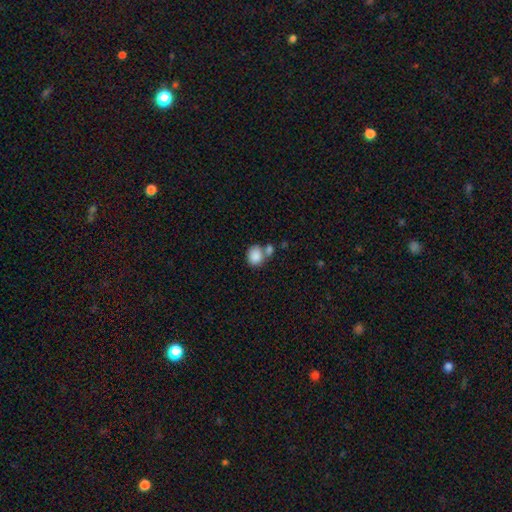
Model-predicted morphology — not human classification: A smooth galaxy with no disk features (86%) that is round (68%). Merging: none (47%).